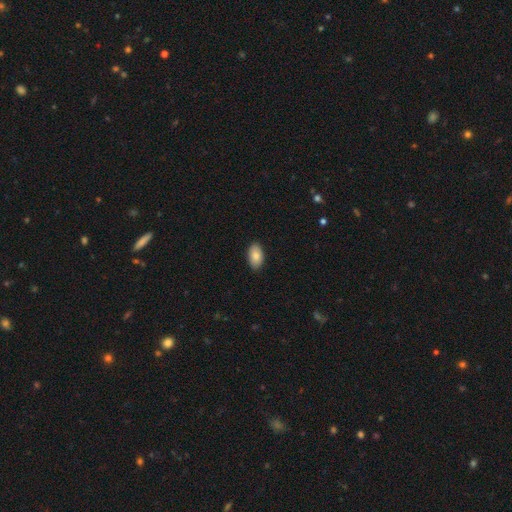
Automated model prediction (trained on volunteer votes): A smooth galaxy with no disk features (85%) that is in between round and cigar-shaped (94%).

Vote fractions:
- Smooth or featured? smooth: 85% / featured or disk: 8% / star or artifact: 7%
- How rounded? in between: 94% / round: 4% / cigar-shaped: 2%
- Merging? none: 88% / minor disturbance: 9% / major disturbance: 2% / merger: 1%